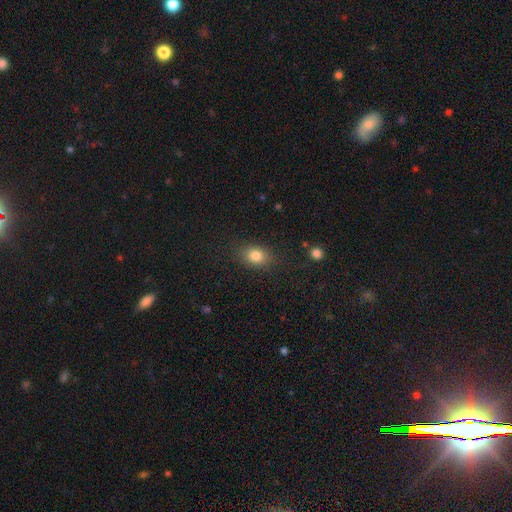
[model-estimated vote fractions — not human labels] This is clearly a smooth galaxy (82%). How rounded: likely in between (60%). Merging: clearly none (82%).